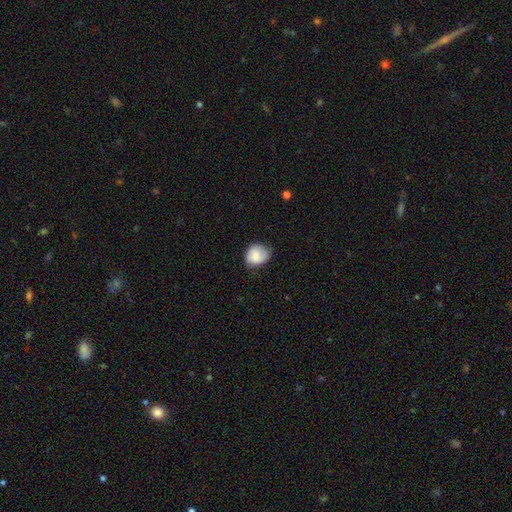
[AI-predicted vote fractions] This is likely a smooth galaxy (74%). How rounded: likely round (66%). Merging: likely none (61%).